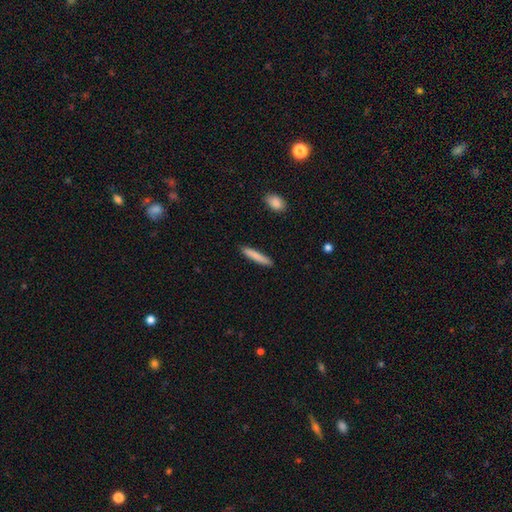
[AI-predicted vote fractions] A smooth galaxy with no disk features (83%) that is cigar-shaped (93%).

Vote fractions:
- Smooth or featured? smooth: 83% / featured or disk: 12% / star or artifact: 6%
- How rounded? cigar-shaped: 93% / in between: 6% / round: 1%
- Merging? none: 90% / minor disturbance: 7% / major disturbance: 2% / merger: 1%